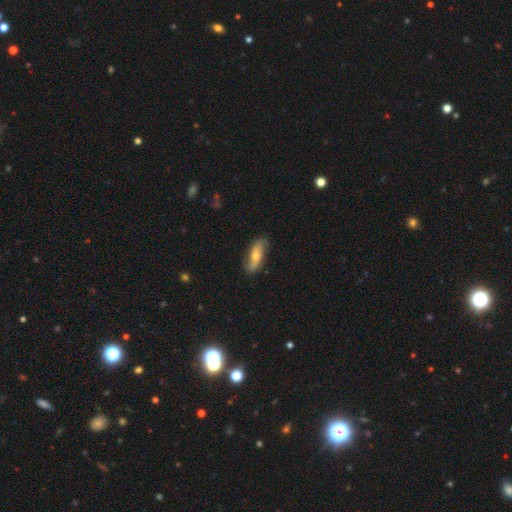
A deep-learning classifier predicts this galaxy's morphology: This is possibly a featured or disk galaxy (57%). It is clearly not viewed edge-on (81%). Merging: likely none (77%).